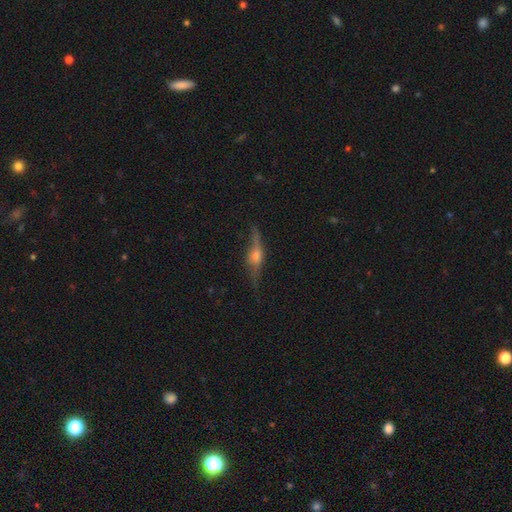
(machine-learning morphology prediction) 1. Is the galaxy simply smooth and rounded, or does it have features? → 78% featured or disk, 14% smooth, 8% star or artifact.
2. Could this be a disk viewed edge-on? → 94% yes, 6% no.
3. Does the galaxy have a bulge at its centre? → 90% rounded, 7% boxy, 2% none.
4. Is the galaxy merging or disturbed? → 79% none, 15% minor disturbance, 5% major disturbance, 1% merger.